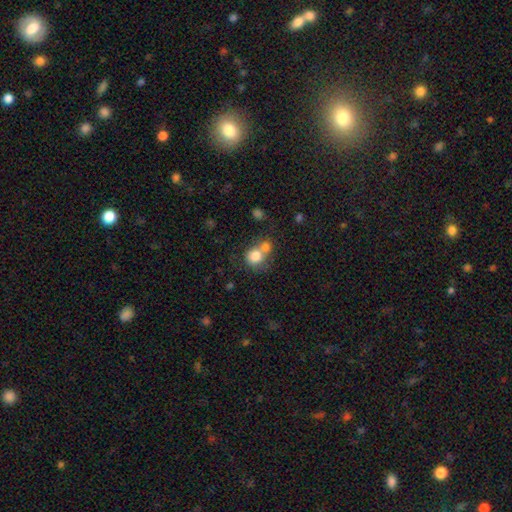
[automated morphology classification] Overall: smooth (78%). How rounded: round (79%). Merging: merger (53%; none 34%).